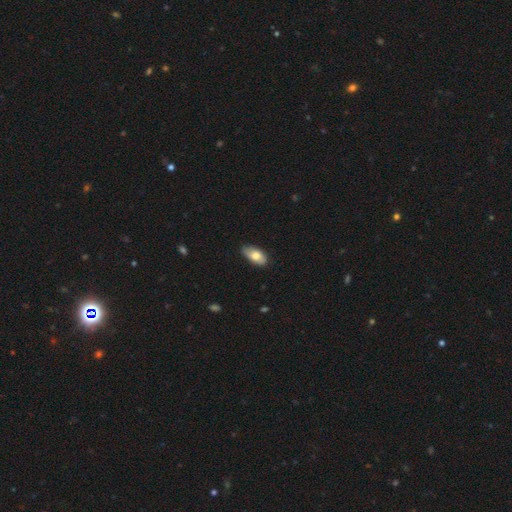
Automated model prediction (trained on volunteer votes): smooth_or_featured: smooth (p=0.76) [alt: featured or disk p=0.18]
how_rounded: in between (p=0.91) [alt: cigar-shaped p=0.06]
merging: none (p=0.82) [alt: minor disturbance p=0.15]